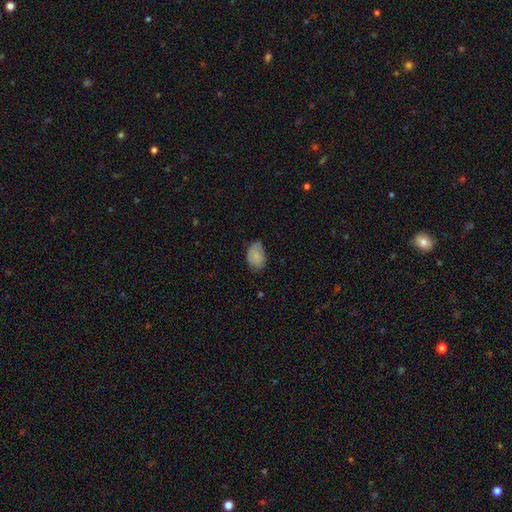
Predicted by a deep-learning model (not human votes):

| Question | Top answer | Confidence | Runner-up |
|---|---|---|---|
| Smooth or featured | smooth | 80% | featured or disk (12%) |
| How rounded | in between | 84% | round (15%) |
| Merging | none | 66% | minor disturbance (28%) |